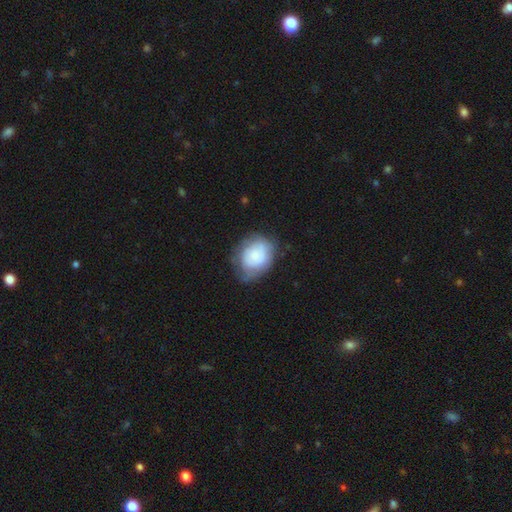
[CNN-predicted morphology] This appears to be a smooth galaxy with no disk features (59%) that is round (52%). Merging: none (52%).